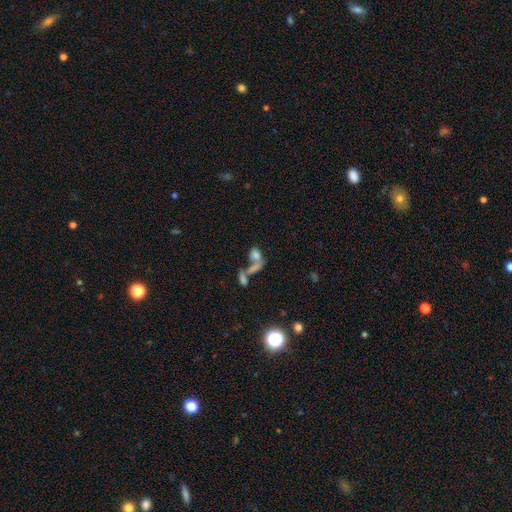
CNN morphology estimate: The model was most divided on "merging": merger: 58%, none: 23%, major disturbance: 11%, minor disturbance: 8%. More confident: how rounded — in between (76%); smooth or featured — smooth (65%).